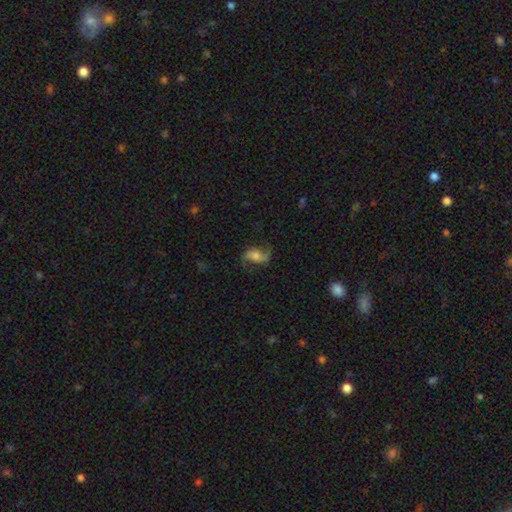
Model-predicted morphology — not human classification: Q: Smooth or featured?
A: featured or disk (64%); runner-up: smooth (28%)
Q: Edge-on disk?
A: no (96%); runner-up: yes (4%)
Q: Bar?
A: no (53%); runner-up: weak (34%)
Q: Spiral arms?
A: yes (92%); runner-up: no (8%)
Q: Spiral winding?
A: loose (71%); runner-up: medium (24%)
Q: Spiral arm count?
A: 2 (89%); runner-up: 1 (5%)
Q: Bulge size?
A: moderate (44%); runner-up: small (30%)
Q: Merging?
A: none (68%); runner-up: minor disturbance (19%)